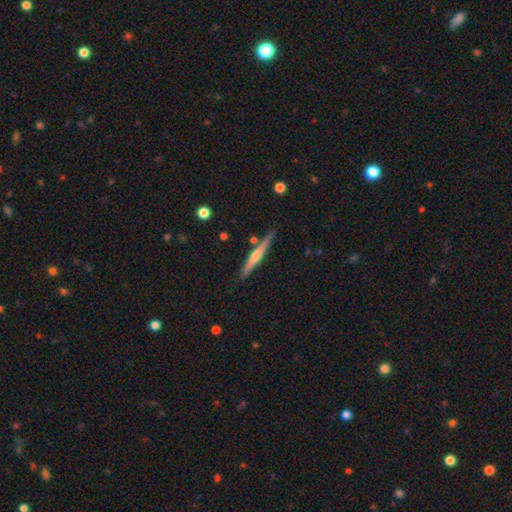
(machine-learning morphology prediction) Smooth or featured? featured or disk (64%)
Edge-on disk? yes (97%)
Edge-on bulge? rounded (81%)
Merging? none (86%)